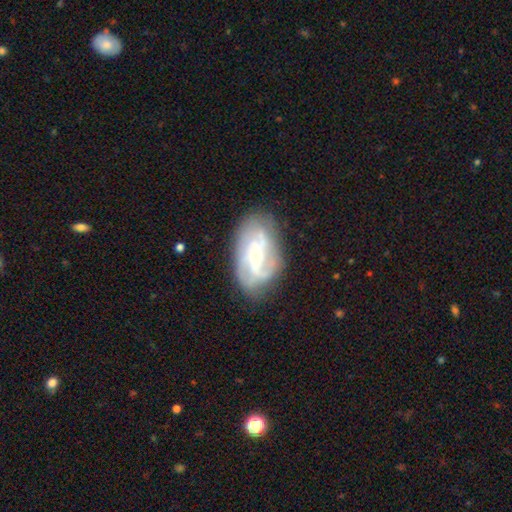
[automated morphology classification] smooth-or-featured: featured or disk: 80% | smooth: 13% | star or artifact: 6%
  disk-edge-on: no: 96% | yes: 4%
    bar: no: 42% | weak: 40% | strong: 18%
    has-spiral-arms: yes: 91% | no: 9%
      spiral-winding: medium: 43% | tight: 31% | loose: 27%
      spiral-arm-count: 2: 38% | can't tell: 24% | 3: 23% | 4: 7% | 1: 4% | more than 4: 4%
    bulge-size: small: 65% | moderate: 31% | none: 2% | large: 2% | dominant: 1%
  merging: none: 68% | minor disturbance: 20% | major disturbance: 10% | merger: 2%